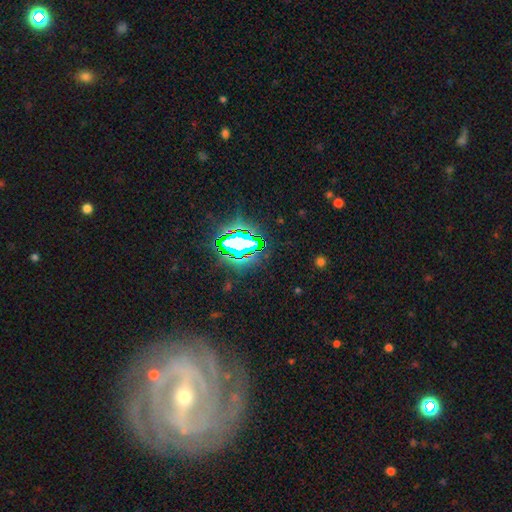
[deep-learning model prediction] This is likely a featured or disk galaxy (80%). It is clearly not viewed edge-on (94%). Bar: possibly strong (55%). Spiral arm pattern: clearly yes (95%). Spiral arm count: marginally can't tell (23%, tied with 2). Spiral winding: likely tight (71%). Central bulge: likely small (68%). Merging: clearly none (81%).